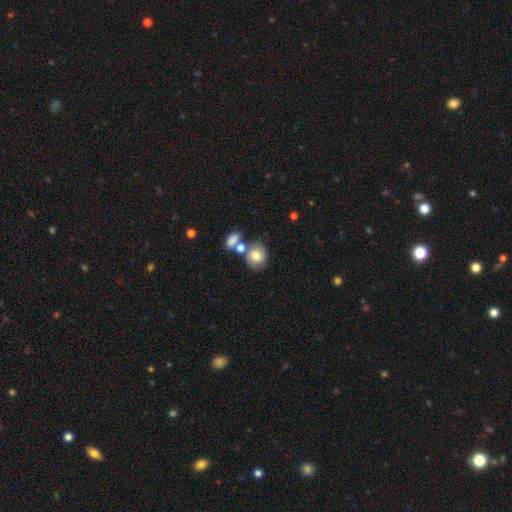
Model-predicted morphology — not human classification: A smooth galaxy with no disk features (77%) that is round (72%).

Vote fractions:
- Smooth or featured? smooth: 77% / featured or disk: 13% / star or artifact: 9%
- How rounded? round: 72% / in between: 27% / cigar-shaped: 1%
- Merging? none: 56% / merger: 27% / minor disturbance: 13% / major disturbance: 5%